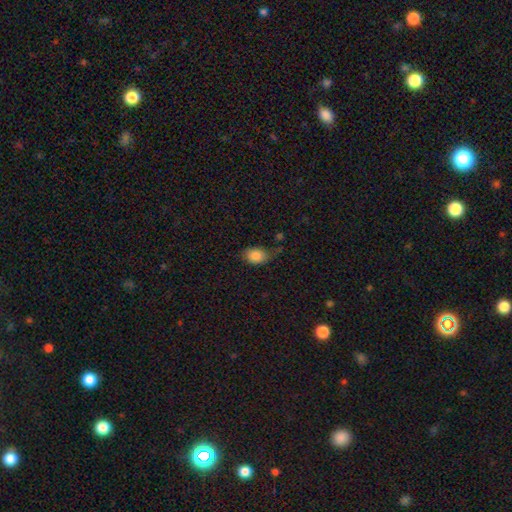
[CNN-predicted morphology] Smooth or featured?
  - smooth: 84% *
  - star or artifact: 8%
  - featured or disk: 7%
How rounded?
  - in between: 73% *
  - round: 25%
  - cigar-shaped: 1%
Merging?
  - none: 58% *
  - minor disturbance: 29%
  - major disturbance: 9%
  - merger: 4%